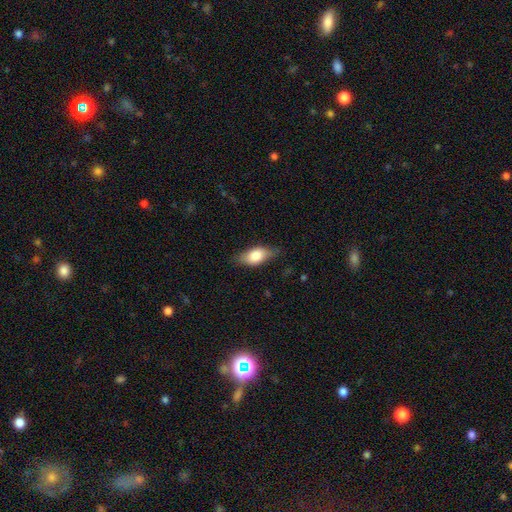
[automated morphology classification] This appears to be a smooth galaxy with no disk features (78%) that is in between round and cigar-shaped (87%). Merging: none (75%).